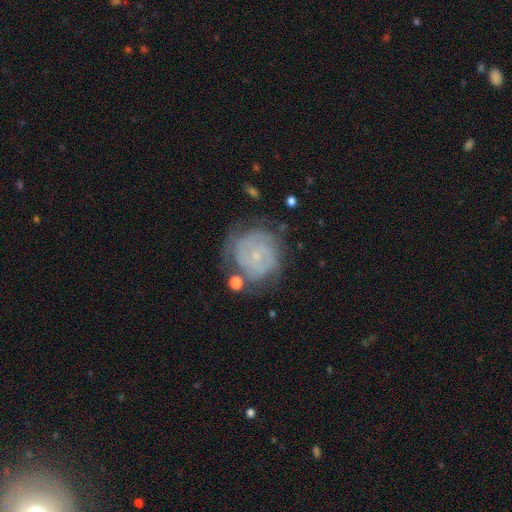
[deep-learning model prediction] Smooth or featured: featured or disk — 75% (smooth — 17%)
Edge-on disk: no — 98% (yes — 2%)
Bar: no — 70% (weak — 25%)
Spiral arms: yes — 91% (no — 9%)
Spiral winding: tight — 73% (medium — 22%)
Spiral arm count: can't tell — 37% (2 — 31%)
Bulge size: small — 80% (moderate — 11%)
Merging: none — 67% (minor disturbance — 19%)